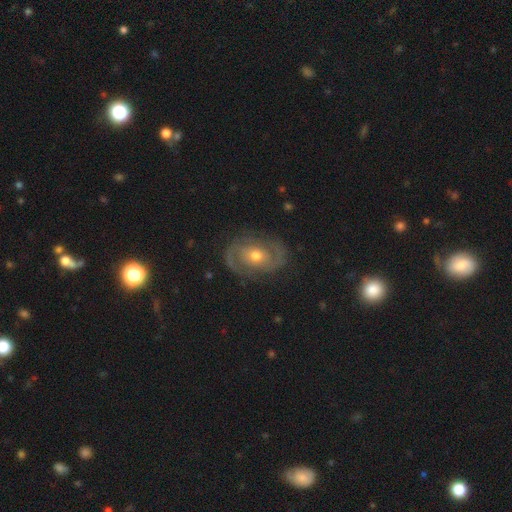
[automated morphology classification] Smooth or featured? Predicted: featured or disk (p=0.86). Edge-on disk? Predicted: no (p=0.97). Bar? Predicted: no (p=0.67). Spiral arms? Predicted: yes (p=0.94). Spiral winding? Predicted: medium (p=0.46). Spiral arm count? Predicted: 2 (p=0.89). Bulge size? Predicted: moderate (p=0.67). Merging? Predicted: none (p=0.81).